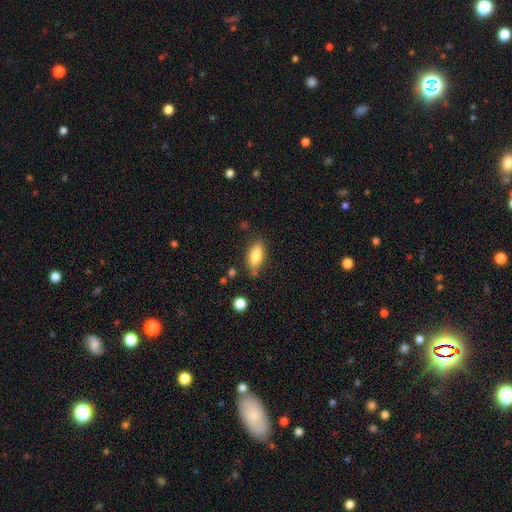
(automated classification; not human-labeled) Morphology: type=smooth (80%); roundness=in between (81%); merging=none (77%).